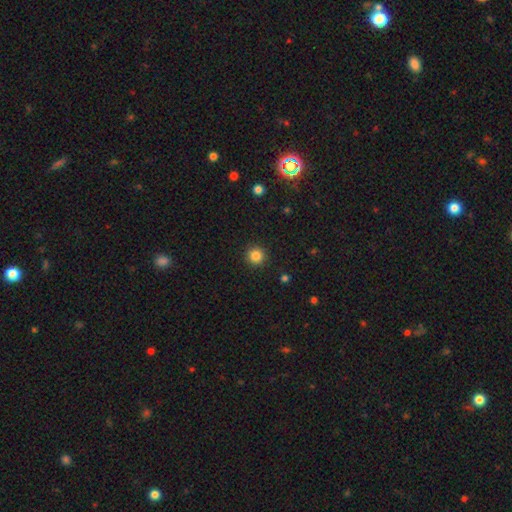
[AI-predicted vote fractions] This appears to be a smooth galaxy with no disk features (84%) that is round (95%). Merging: none (92%).